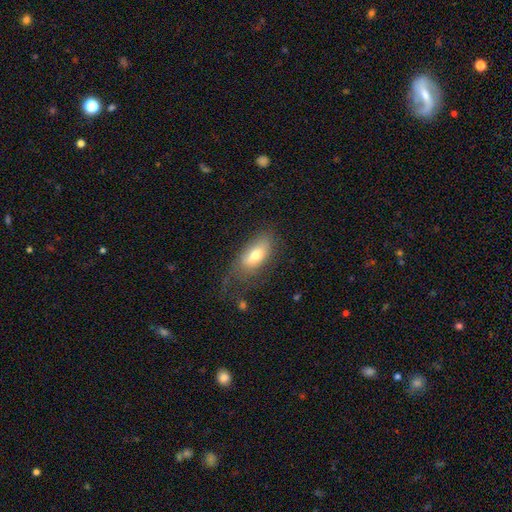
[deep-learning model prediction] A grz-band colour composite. It shows a smooth galaxy with no disk features (71%) that is in between round and cigar-shaped (90%). Merging: none (54%).